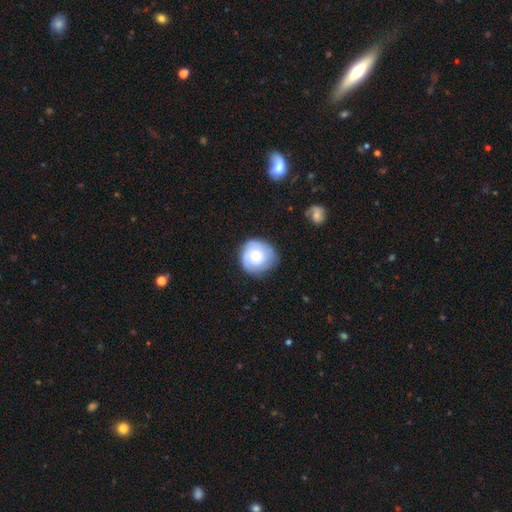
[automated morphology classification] This is possibly a smooth galaxy (51%). How rounded: clearly round (90%). Merging: likely none (75%).